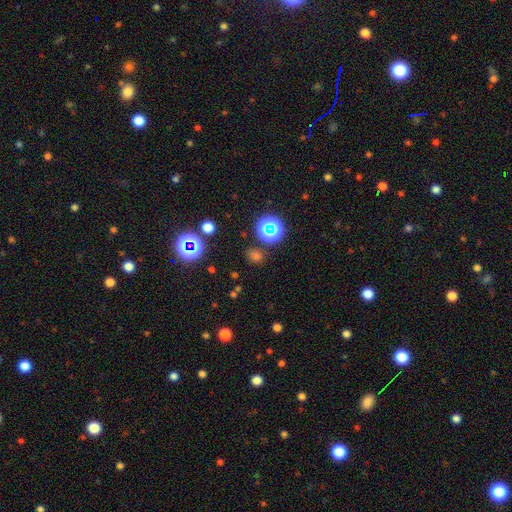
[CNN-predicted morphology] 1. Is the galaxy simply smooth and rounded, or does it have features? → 47% star or artifact, 46% smooth, 7% featured or disk.